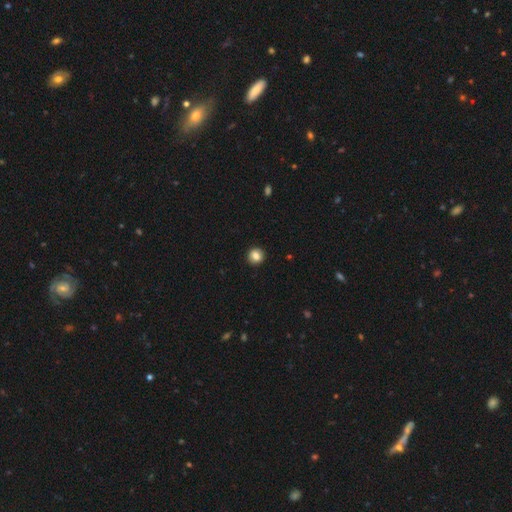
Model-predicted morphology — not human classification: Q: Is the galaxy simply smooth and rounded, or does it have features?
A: smooth — 85%.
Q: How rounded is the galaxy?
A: round — 92%.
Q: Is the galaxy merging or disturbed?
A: none — 93%.